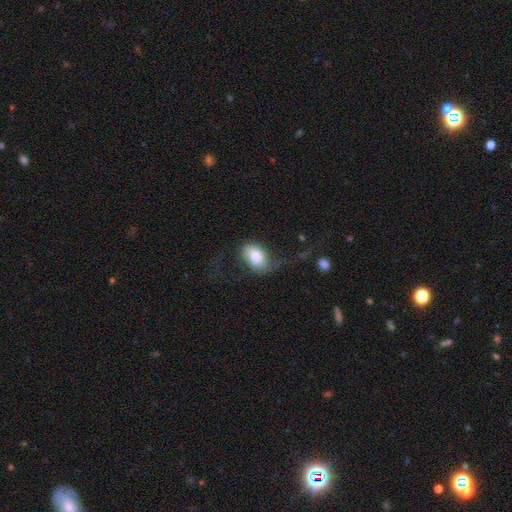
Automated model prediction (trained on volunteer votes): smooth 69%, featured or disk 24%, star or artifact 7%. Down the decision tree: how rounded — in between (85%); merging — none (43%).